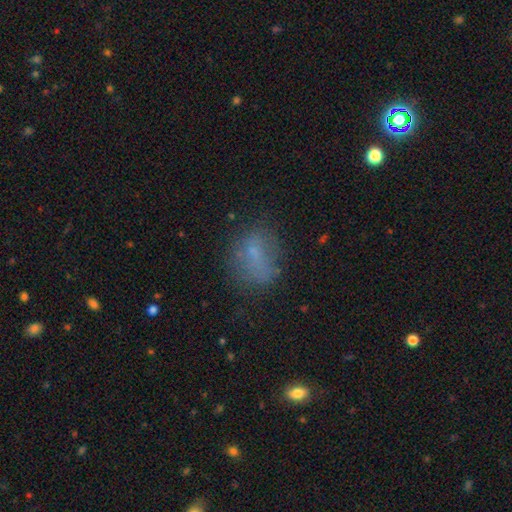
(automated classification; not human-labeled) This is likely a smooth galaxy (60%). How rounded: likely in between (65%). Merging: possibly none (59%).